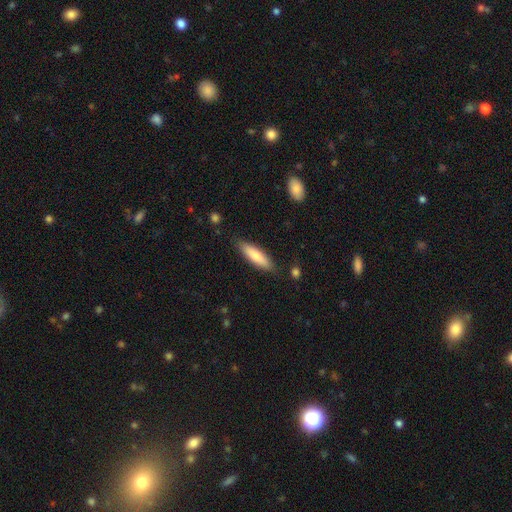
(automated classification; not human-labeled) Smooth or featured? Predicted: smooth (p=0.74). How rounded? Predicted: cigar-shaped (p=0.67). Merging? Predicted: none (p=0.85).